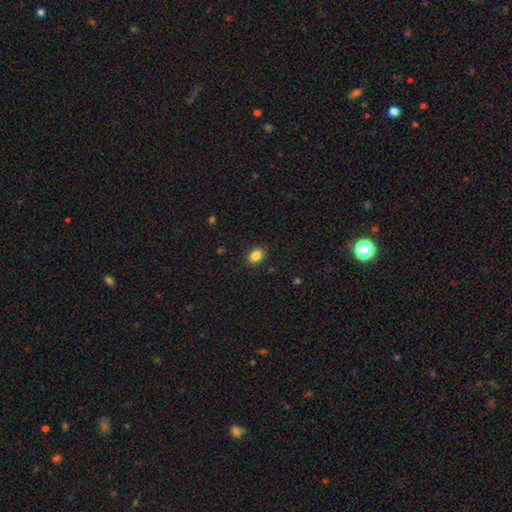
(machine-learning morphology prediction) Q: Smooth or featured?
A: smooth (86%); runner-up: star or artifact (9%)
Q: How rounded?
A: in between (71%); runner-up: round (28%)
Q: Merging?
A: none (89%); runner-up: minor disturbance (8%)